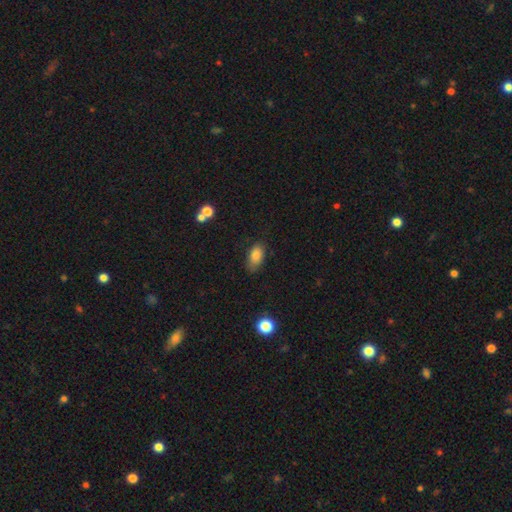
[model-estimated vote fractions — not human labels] This appears to be a smooth galaxy with no disk features (83%) that is in between round and cigar-shaped (90%). Merging: none (73%).